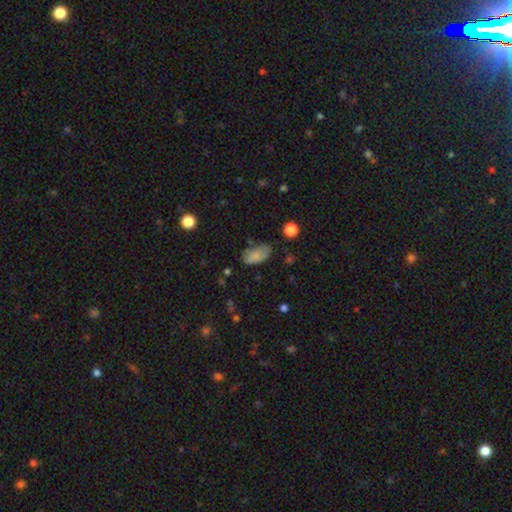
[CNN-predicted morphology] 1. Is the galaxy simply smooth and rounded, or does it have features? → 81% smooth, 10% featured or disk, 9% star or artifact.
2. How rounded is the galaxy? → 92% in between, 4% round, 4% cigar-shaped.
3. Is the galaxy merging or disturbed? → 61% none, 28% minor disturbance, 8% major disturbance, 4% merger.